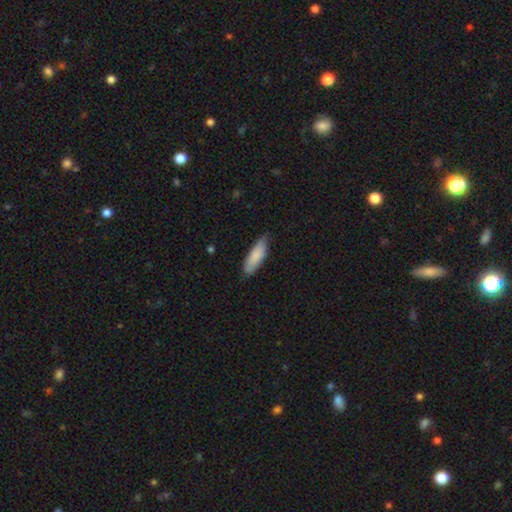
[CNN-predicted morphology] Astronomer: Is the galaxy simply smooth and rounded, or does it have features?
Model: smooth — 83%.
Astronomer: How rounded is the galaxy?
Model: in between — 55% (runner-up: cigar-shaped, 43%).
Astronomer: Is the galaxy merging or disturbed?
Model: none — 75%.